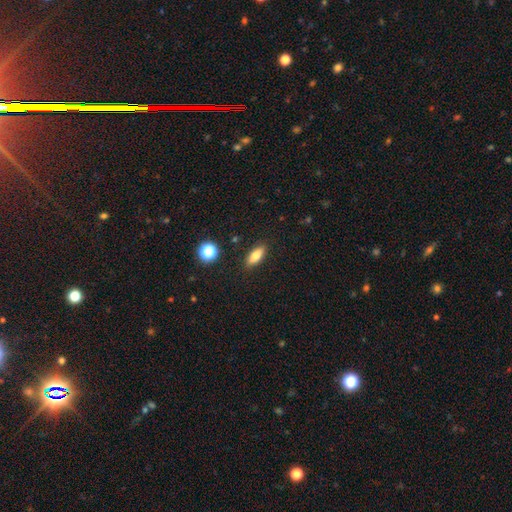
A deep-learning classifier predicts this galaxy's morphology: The model was most divided on "how rounded": in between: 69%, cigar-shaped: 27%, round: 4%. More confident: merging — none (88%); smooth or featured — smooth (76%).